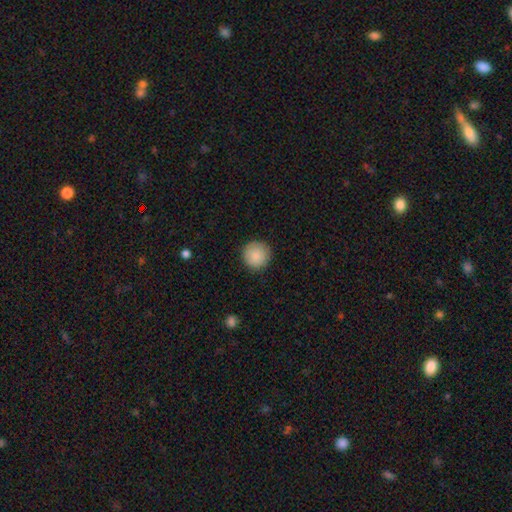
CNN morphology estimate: smooth 87%, star or artifact 7%, featured or disk 5%. Down the decision tree: how rounded — round (95%); merging — none (90%).